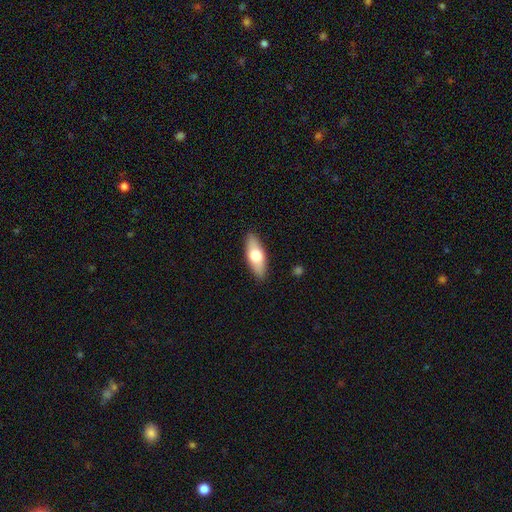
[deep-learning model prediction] Q: Smooth or featured?
A: smooth (63%); runner-up: featured or disk (31%)
Q: How rounded?
A: in between (70%); runner-up: cigar-shaped (27%)
Q: Merging?
A: none (88%); runner-up: minor disturbance (9%)